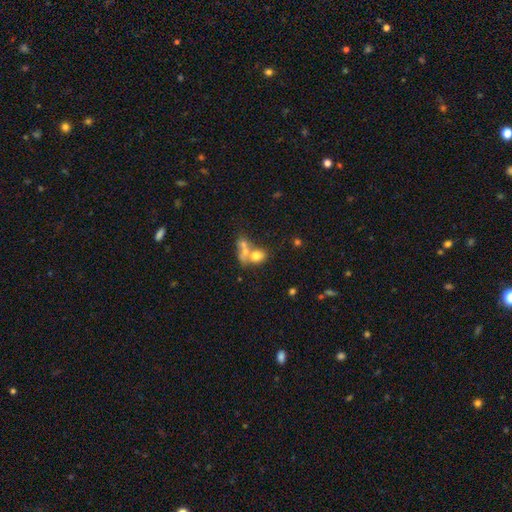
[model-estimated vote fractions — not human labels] smooth-or-featured: smooth: 65% | featured or disk: 23% | star or artifact: 12%
  how-rounded: in between: 55% | round: 43% | cigar-shaped: 2%
  merging: merger: 59% | none: 26% | minor disturbance: 8% | major disturbance: 6%